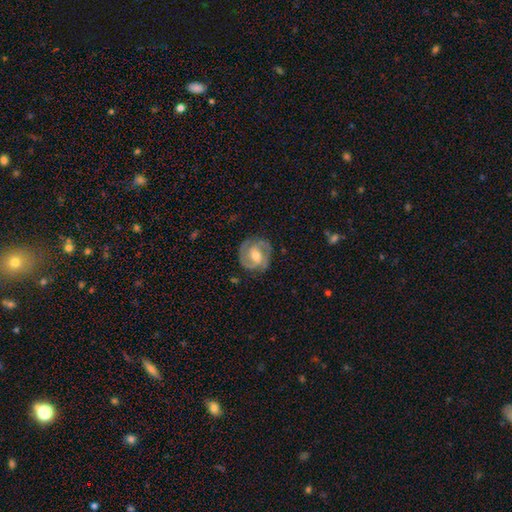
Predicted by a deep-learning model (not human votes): Smooth or featured?
  - featured or disk: 82% *
  - smooth: 13%
  - star or artifact: 5%
Edge-on disk?
  - no: 98% *
  - yes: 2%
Bar?
  - weak: 46% *
  - no: 38%
  - strong: 17%
Spiral arms?
  - yes: 95% *
  - no: 5%
Spiral winding?
  - tight: 46% *
  - medium: 44%
  - loose: 10%
Spiral arm count?
  - 2: 68% *
  - 3: 17%
  - can't tell: 8%
  - 1: 3%
  - 4: 2%
  - more than 4: 2%
Bulge size?
  - moderate: 67% *
  - small: 27%
  - large: 4%
  - none: 1%
  - dominant: 1%
Merging?
  - none: 80% *
  - minor disturbance: 15%
  - major disturbance: 5%
  - merger: 1%